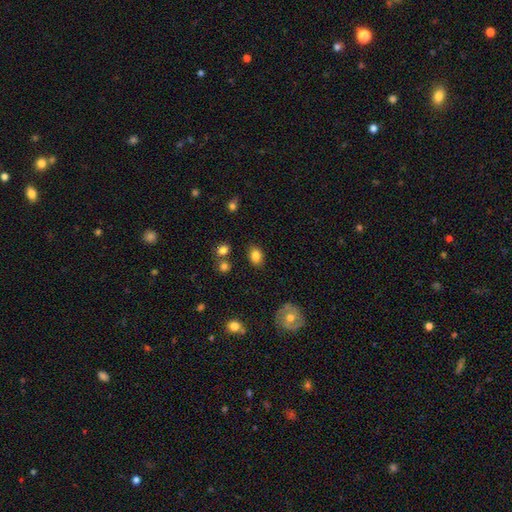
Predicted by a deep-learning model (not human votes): Smooth or featured?
  - smooth: 83% *
  - star or artifact: 10%
  - featured or disk: 8%
How rounded?
  - in between: 70% *
  - round: 29%
  - cigar-shaped: 1%
Merging?
  - none: 82% *
  - minor disturbance: 11%
  - merger: 4%
  - major disturbance: 3%